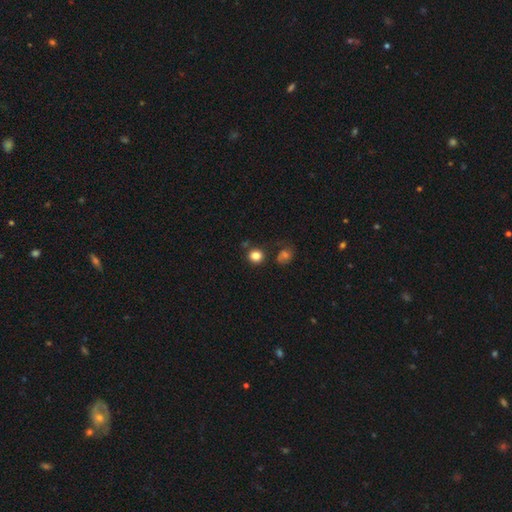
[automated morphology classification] smooth_or_featured: smooth (p=0.83) [alt: star or artifact p=0.11]
how_rounded: round (p=0.85) [alt: in between p=0.14]
merging: none (p=0.77) [alt: minor disturbance p=0.11]